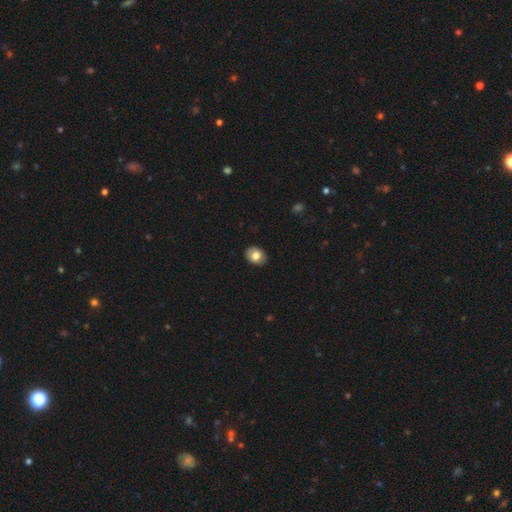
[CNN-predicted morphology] Smooth or featured?
  - smooth: 75% *
  - featured or disk: 17%
  - star or artifact: 8%
How rounded?
  - in between: 58% *
  - round: 41%
  - cigar-shaped: 1%
Merging?
  - none: 87% *
  - minor disturbance: 10%
  - major disturbance: 2%
  - merger: 1%